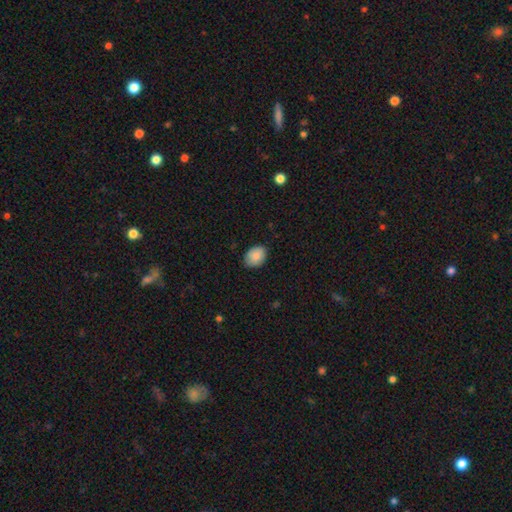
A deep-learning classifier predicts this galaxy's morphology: Smooth or featured? smooth (87%)
How rounded? in between (73%)
Merging? none (83%)